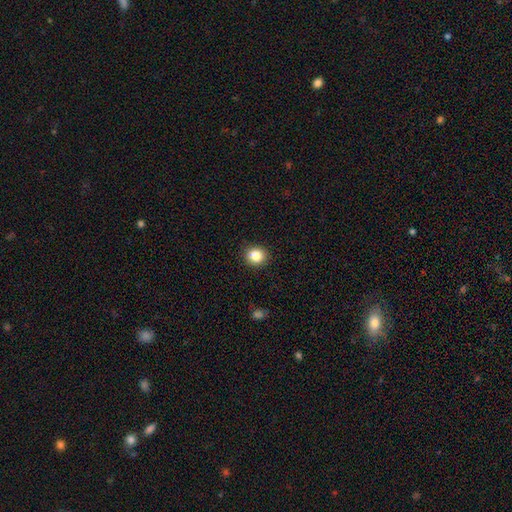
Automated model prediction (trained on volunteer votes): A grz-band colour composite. It shows a smooth galaxy with no disk features (84%) that is round (83%). Merging: none (90%).